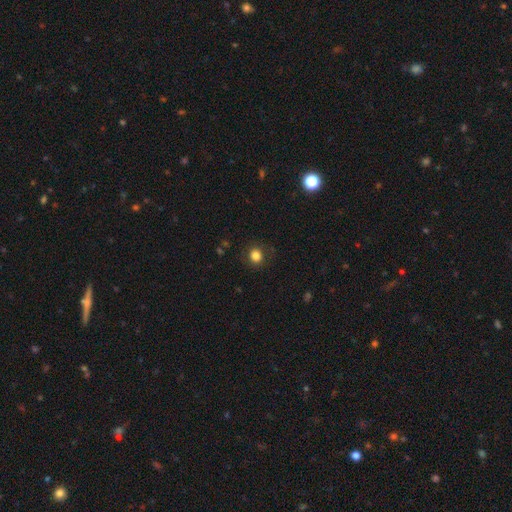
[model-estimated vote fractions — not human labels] Smooth or featured? Predicted: smooth (p=0.83). How rounded? Predicted: round (p=0.82). Merging? Predicted: none (p=0.86).